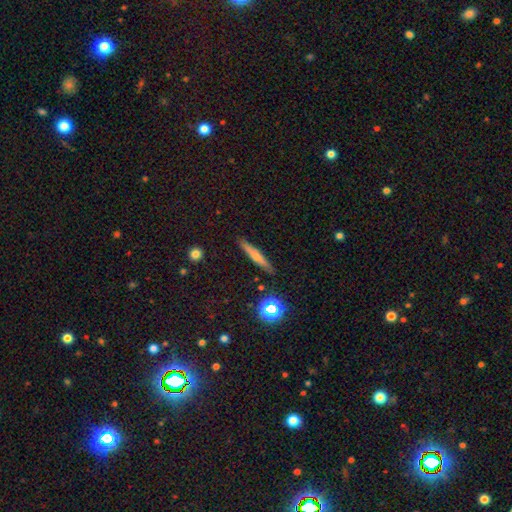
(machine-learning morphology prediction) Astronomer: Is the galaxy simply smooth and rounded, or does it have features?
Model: smooth — 58%.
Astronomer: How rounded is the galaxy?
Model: cigar-shaped — 91%.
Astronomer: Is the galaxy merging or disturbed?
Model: none — 88%.